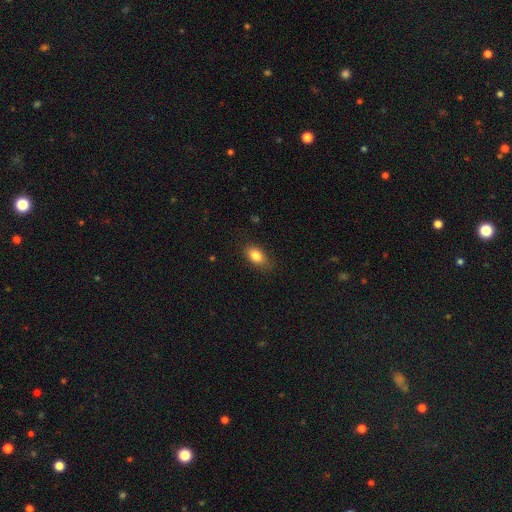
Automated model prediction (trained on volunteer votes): smooth_or_featured: smooth (p=0.83) [alt: featured or disk p=0.08]
how_rounded: in between (p=0.88) [alt: round p=0.09]
merging: none (p=0.80) [alt: minor disturbance p=0.15]